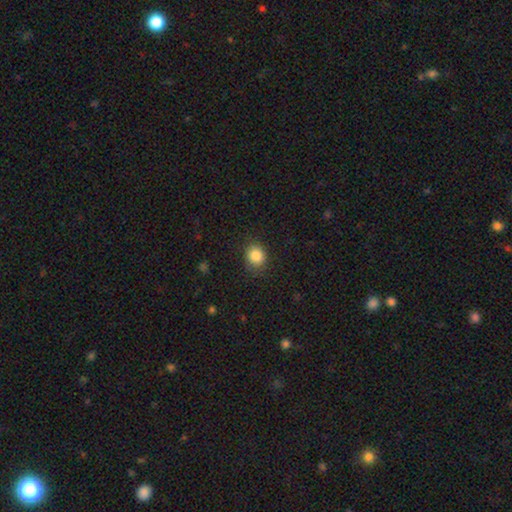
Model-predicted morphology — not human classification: type=smooth (86%); roundness=round (74%); merging=none (84%).